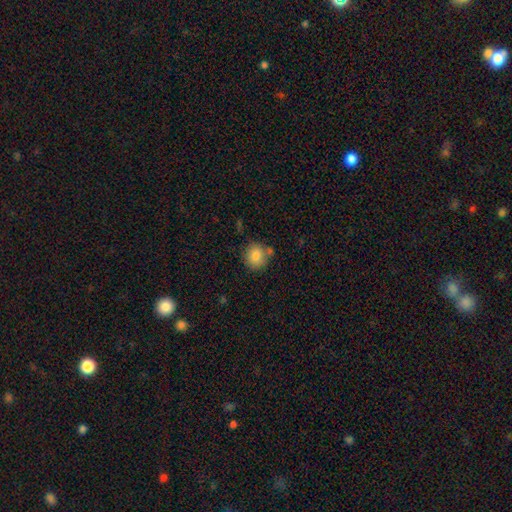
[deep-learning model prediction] Smooth or featured? Predicted: smooth (p=0.83). How rounded? Predicted: round (p=0.84). Merging? Predicted: none (p=0.72).